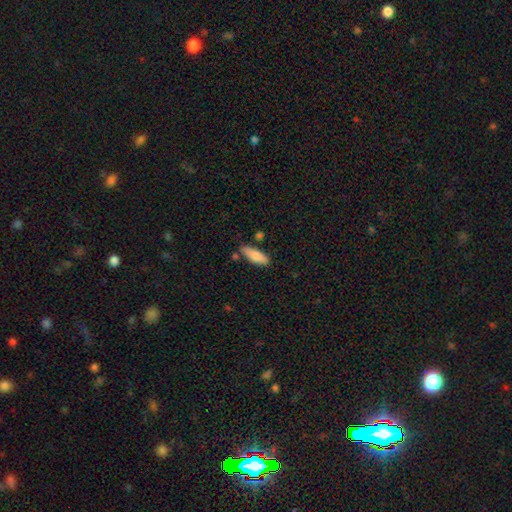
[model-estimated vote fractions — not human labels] A smooth galaxy with no disk features (81%) that is in between round and cigar-shaped (59%). Merging: none (76%).